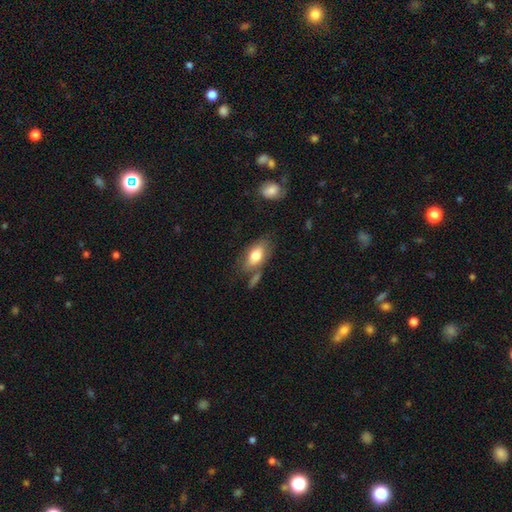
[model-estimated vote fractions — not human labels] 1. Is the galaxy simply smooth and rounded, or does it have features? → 74% smooth, 20% featured or disk, 6% star or artifact.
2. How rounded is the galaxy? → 90% in between, 5% cigar-shaped, 5% round.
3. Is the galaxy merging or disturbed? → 59% none, 20% minor disturbance, 14% merger, 7% major disturbance.